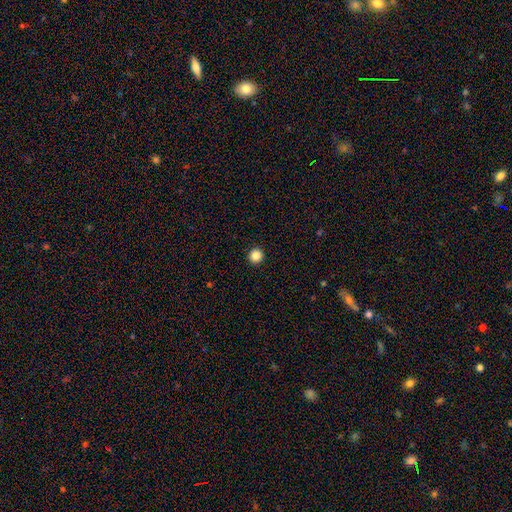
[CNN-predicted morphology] Smooth or featured?
  - smooth: 86% *
  - star or artifact: 11%
  - featured or disk: 3%
How rounded?
  - round: 96% *
  - in between: 3%
  - cigar-shaped: 1%
Merging?
  - none: 94% *
  - minor disturbance: 4%
  - major disturbance: 1%
  - merger: 1%